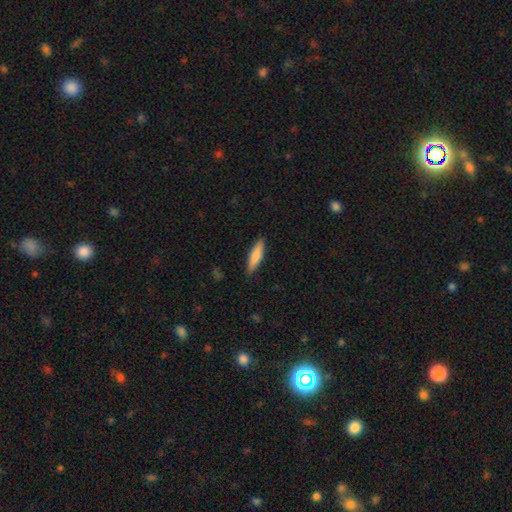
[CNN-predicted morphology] Overall: smooth (81%). How rounded: cigar-shaped (73%). Merging: none (87%).